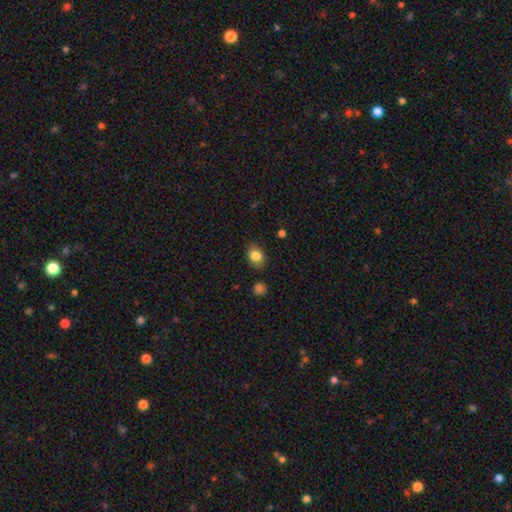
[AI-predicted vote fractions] smooth 83%, star or artifact 9%, featured or disk 9%. Down the decision tree: how rounded — in between (64%); merging — none (83%).